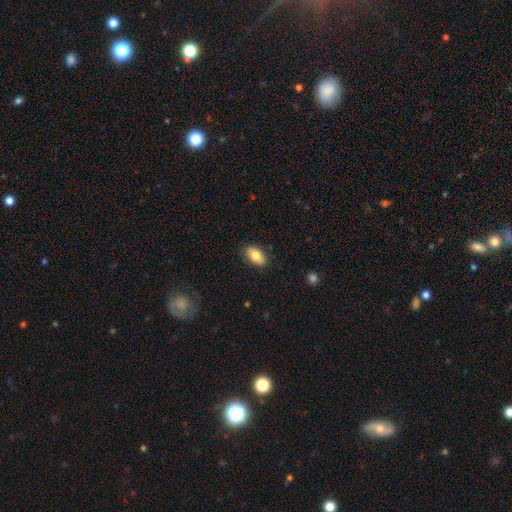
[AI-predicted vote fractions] Smooth or featured? Predicted: smooth (p=0.80). How rounded? Predicted: in between (p=0.92). Merging? Predicted: none (p=0.86).